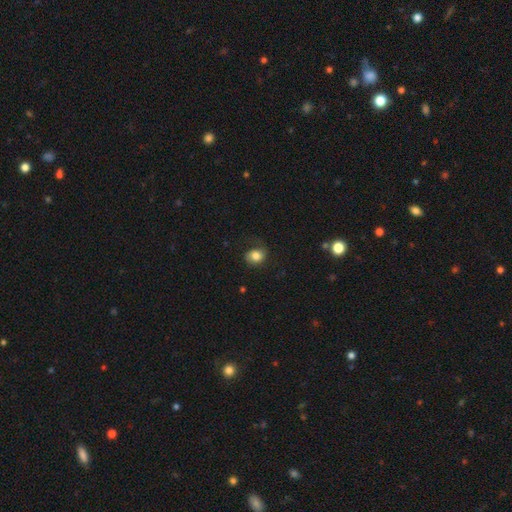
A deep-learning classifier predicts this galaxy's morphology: smooth 78%, featured or disk 13%, star or artifact 9%. Down the decision tree: how rounded — round (59%); merging — none (62%).